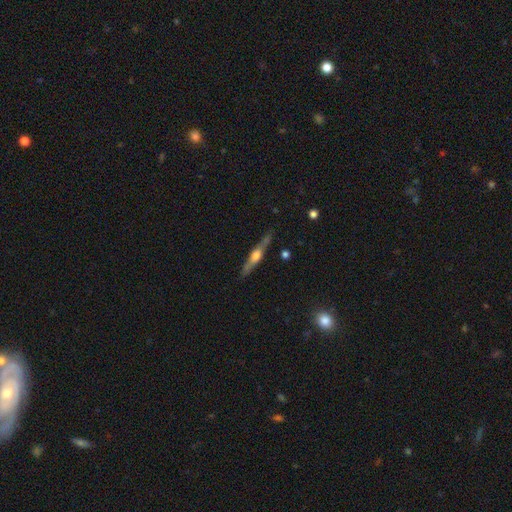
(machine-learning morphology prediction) Smooth or featured?
  - featured or disk: 67% *
  - smooth: 28%
  - star or artifact: 6%
Edge-on disk?
  - yes: 95% *
  - no: 5%
Edge-on bulge?
  - rounded: 87% *
  - boxy: 8%
  - none: 5%
Merging?
  - none: 82% *
  - minor disturbance: 13%
  - major disturbance: 3%
  - merger: 3%